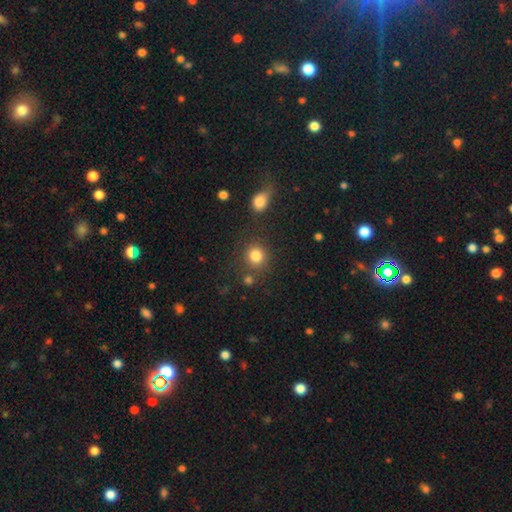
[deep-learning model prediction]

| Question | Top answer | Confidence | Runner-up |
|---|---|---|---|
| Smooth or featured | smooth | 82% | star or artifact (12%) |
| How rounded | round | 88% | in between (11%) |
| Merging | none | 78% | minor disturbance (9%) |